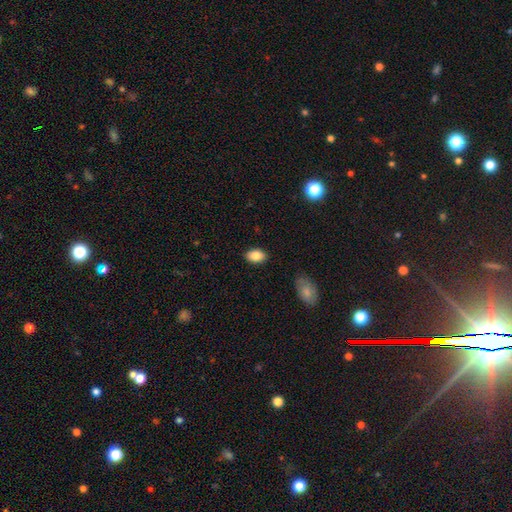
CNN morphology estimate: This is clearly a smooth galaxy (87%). How rounded: clearly in between (87%). Merging: clearly none (88%).